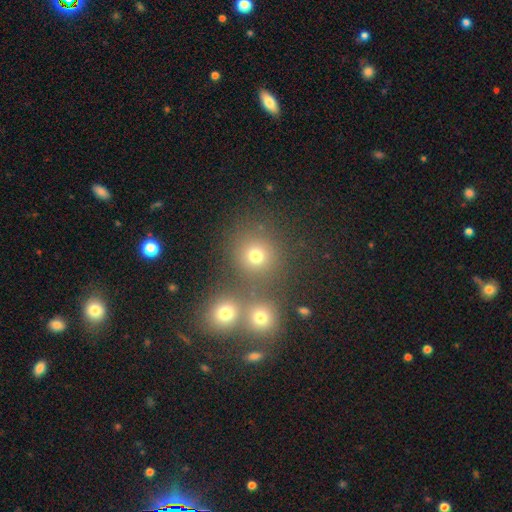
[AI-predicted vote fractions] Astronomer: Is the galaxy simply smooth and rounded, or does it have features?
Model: smooth — 75%.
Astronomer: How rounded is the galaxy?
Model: round — 87%.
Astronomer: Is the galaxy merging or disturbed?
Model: none — 66%.